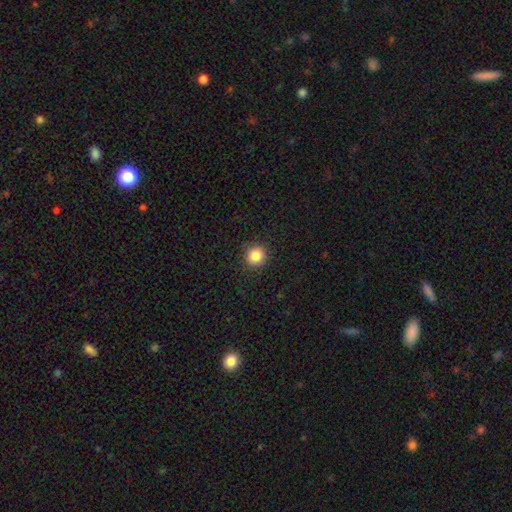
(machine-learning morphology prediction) Smooth or featured?
  - smooth: 85% *
  - star or artifact: 10%
  - featured or disk: 4%
How rounded?
  - round: 93% *
  - in between: 6%
  - cigar-shaped: 1%
Merging?
  - none: 91% *
  - minor disturbance: 6%
  - major disturbance: 2%
  - merger: 1%